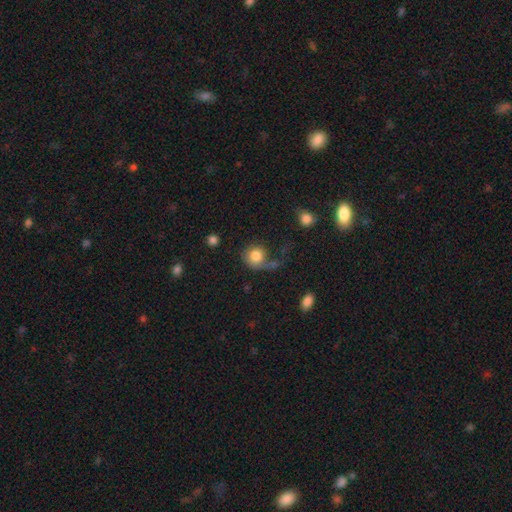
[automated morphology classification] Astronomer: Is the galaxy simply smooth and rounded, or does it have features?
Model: smooth — 77%.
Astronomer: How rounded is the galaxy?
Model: round — 83%.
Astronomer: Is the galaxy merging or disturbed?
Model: none — 39% (runner-up: major disturbance, 34%).